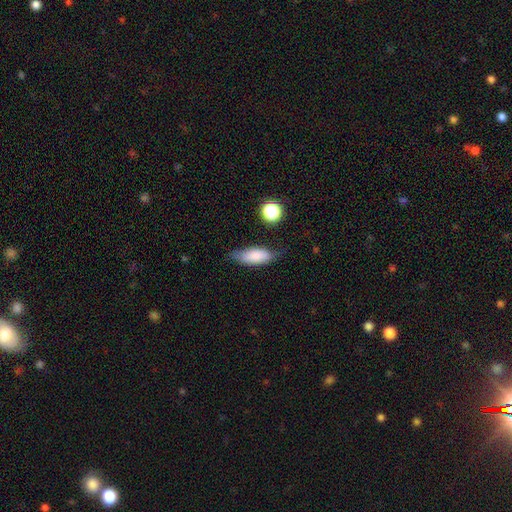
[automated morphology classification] Overall: smooth (79%). How rounded: in between (75%). Merging: none (61%; minor disturbance 28%).